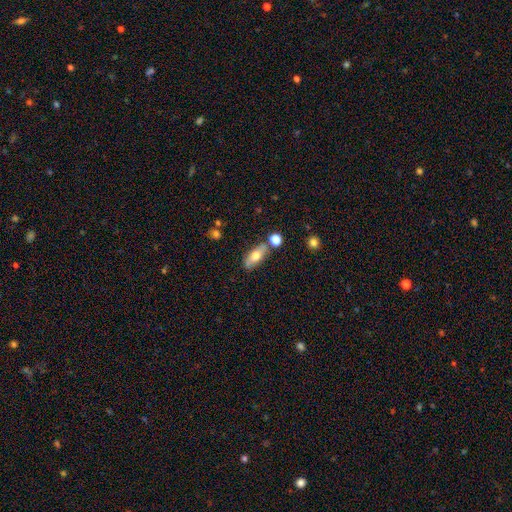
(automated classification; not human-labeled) smooth 65%, featured or disk 27%, star or artifact 8%. Down the decision tree: how rounded — in between (76%); merging — none (73%).